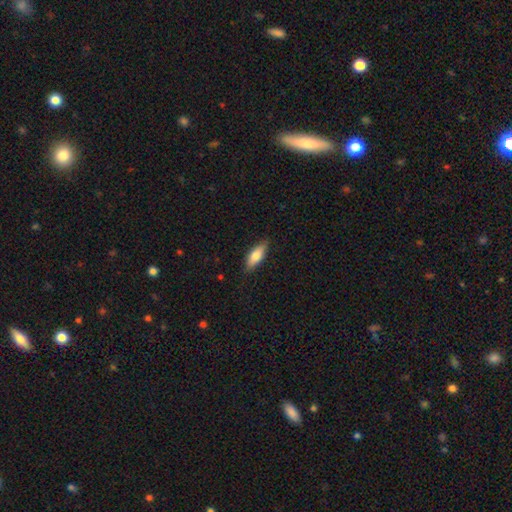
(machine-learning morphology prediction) type=smooth (75%); roundness=in between (66%); merging=none (84%).